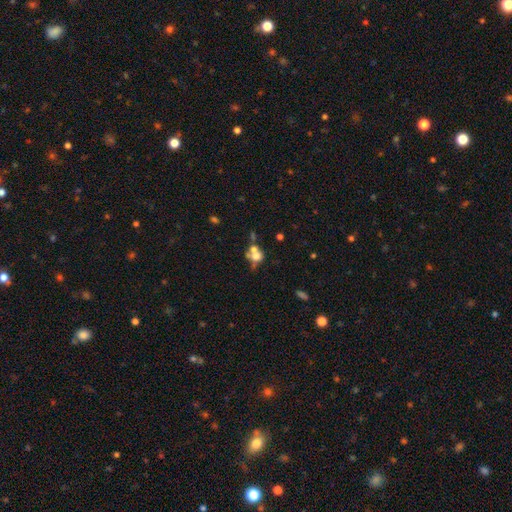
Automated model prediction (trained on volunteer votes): A smooth galaxy with no disk features (59%) that is round (65%). Merging: merger (50%).